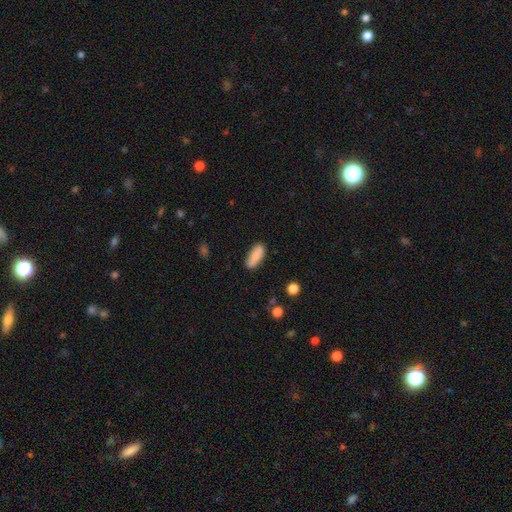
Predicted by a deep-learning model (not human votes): Overall: smooth (86%). How rounded: in between (70%). Merging: none (80%).